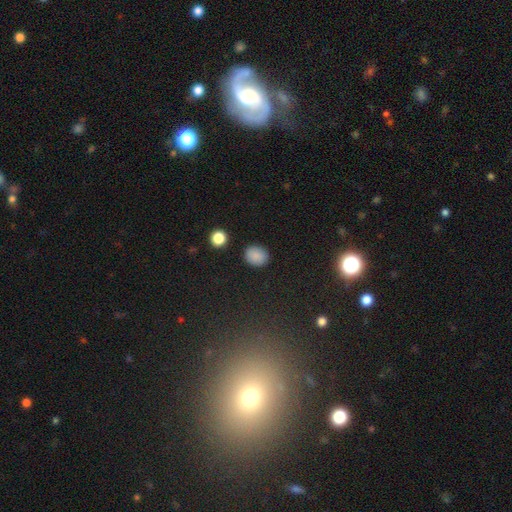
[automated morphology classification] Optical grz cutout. It shows a smooth galaxy with no disk features (87%) that is round (56%). Merging: none (88%).